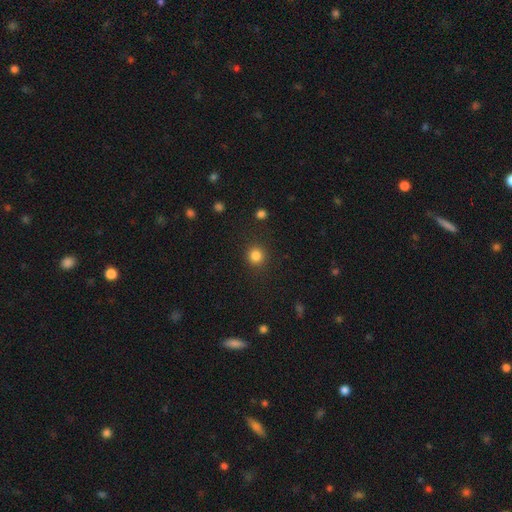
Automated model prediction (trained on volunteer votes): Overall: smooth (83%). How rounded: round (92%). Merging: none (90%).